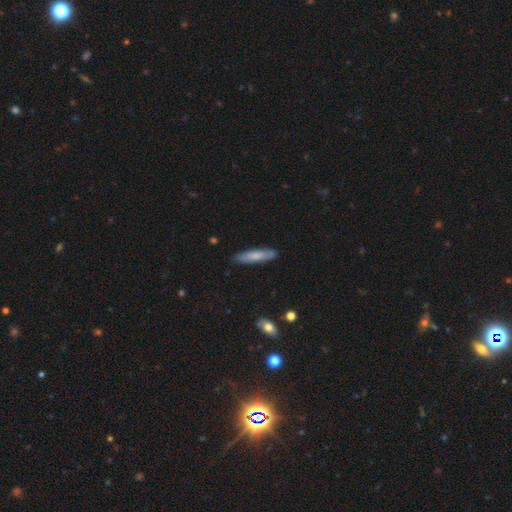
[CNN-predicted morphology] smooth_or_featured: smooth (p=0.71) [alt: featured or disk p=0.23]
how_rounded: cigar-shaped (p=0.83) [alt: in between p=0.16]
merging: none (p=0.85) [alt: minor disturbance p=0.12]